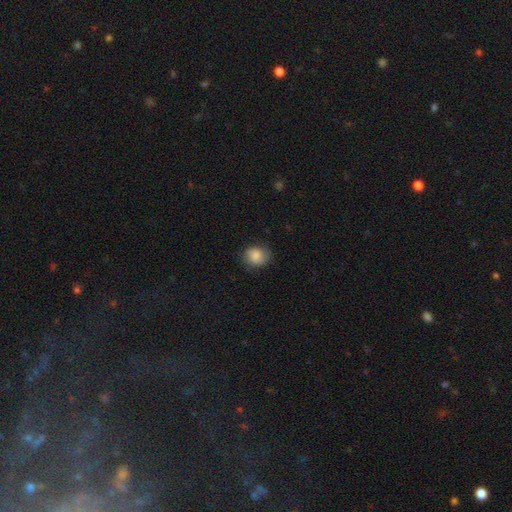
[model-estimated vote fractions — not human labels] Q: Smooth or featured?
A: smooth (81%); runner-up: featured or disk (11%)
Q: How rounded?
A: round (71%); runner-up: in between (28%)
Q: Merging?
A: none (77%); runner-up: minor disturbance (18%)